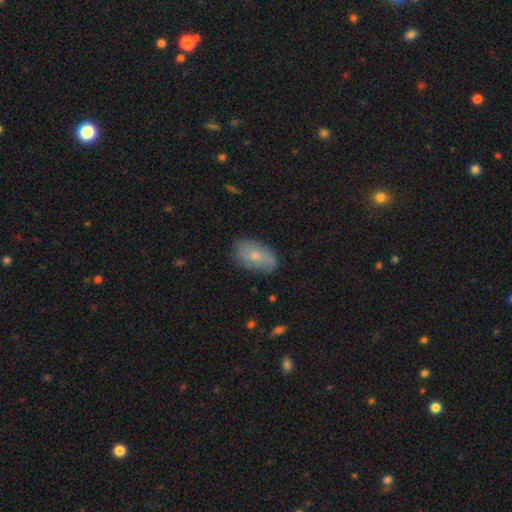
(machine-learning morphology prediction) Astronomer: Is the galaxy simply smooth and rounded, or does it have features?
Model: smooth — 68%.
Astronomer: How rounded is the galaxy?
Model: in between — 92%.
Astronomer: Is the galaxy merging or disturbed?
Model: none — 78%.